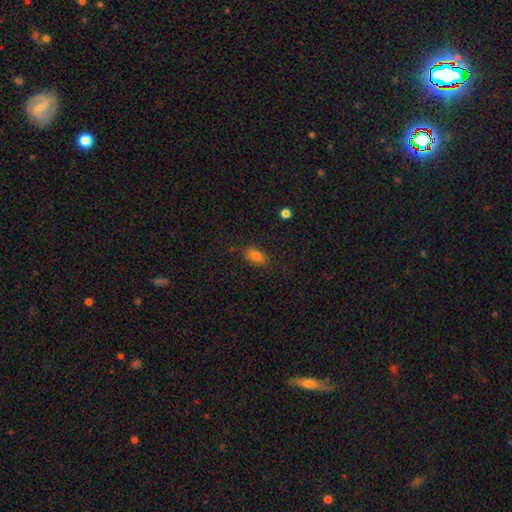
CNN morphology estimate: This appears to be a smooth galaxy with no disk features (82%) that is in between round and cigar-shaped (89%). Merging: none (84%).